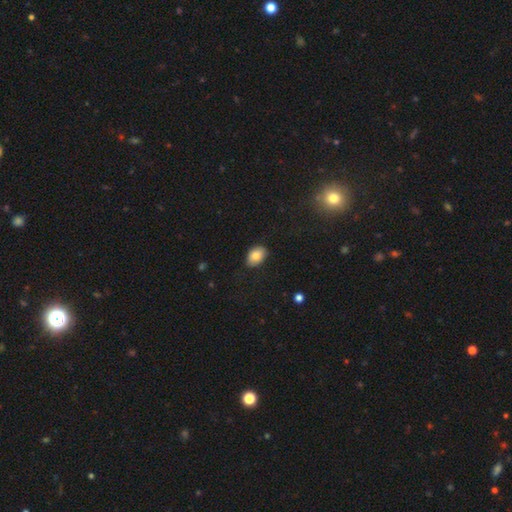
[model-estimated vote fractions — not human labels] Q: Smooth or featured?
A: smooth (83%); runner-up: featured or disk (9%)
Q: How rounded?
A: in between (85%); runner-up: round (14%)
Q: Merging?
A: none (83%); runner-up: minor disturbance (14%)